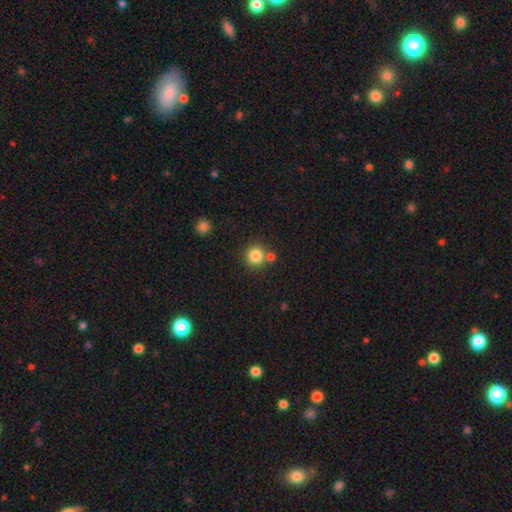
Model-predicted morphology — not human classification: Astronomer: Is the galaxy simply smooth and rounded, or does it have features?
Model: smooth — 83%.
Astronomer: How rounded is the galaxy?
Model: round — 92%.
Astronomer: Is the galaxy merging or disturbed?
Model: none — 71%.